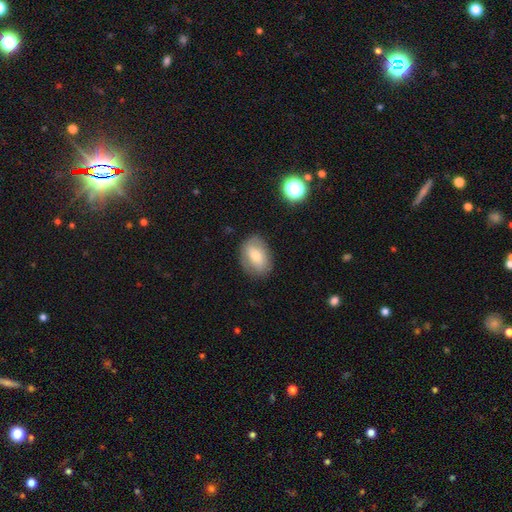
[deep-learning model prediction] The model was most divided on "smooth or featured": smooth: 63%, featured or disk: 28%, star or artifact: 9%. More confident: merging — none (81%); how rounded — in between (73%).